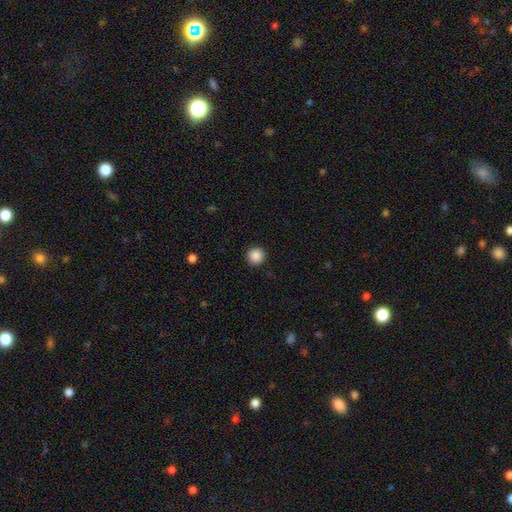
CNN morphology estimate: type=smooth (88%); roundness=round (96%); merging=none (92%).